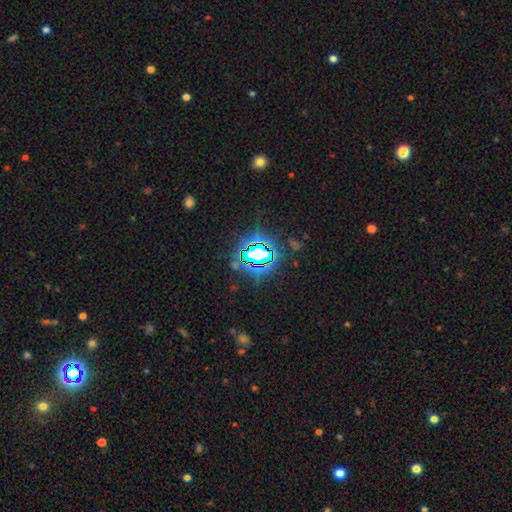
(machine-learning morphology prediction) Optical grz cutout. It shows a star or artifact, not a galaxy (75%).